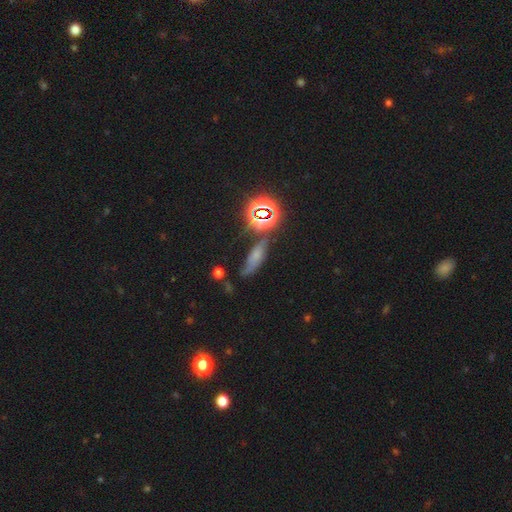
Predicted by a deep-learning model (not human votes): Smooth or featured? smooth (46%)
Merging? none (55%)